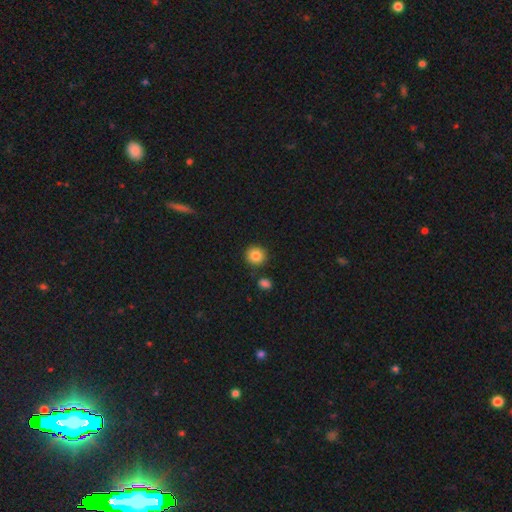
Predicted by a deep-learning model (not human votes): Smooth or featured?
  - smooth: 86% *
  - star or artifact: 9%
  - featured or disk: 5%
How rounded?
  - round: 91% *
  - in between: 8%
  - cigar-shaped: 1%
Merging?
  - none: 85% *
  - minor disturbance: 8%
  - merger: 5%
  - major disturbance: 2%